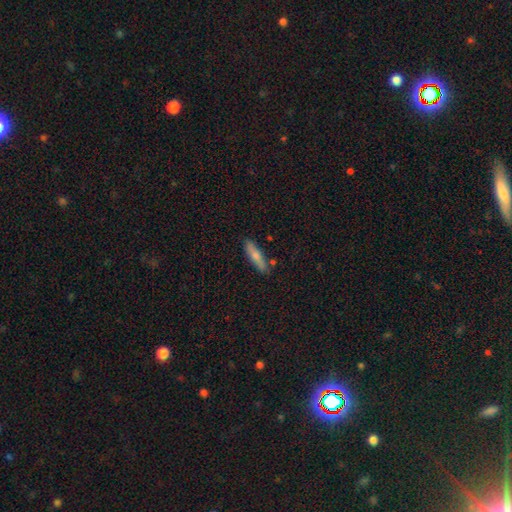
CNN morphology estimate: smooth_or_featured: smooth (p=0.67) [alt: featured or disk p=0.27]
how_rounded: cigar-shaped (p=0.72) [alt: in between p=0.26]
merging: none (p=0.81) [alt: minor disturbance p=0.12]